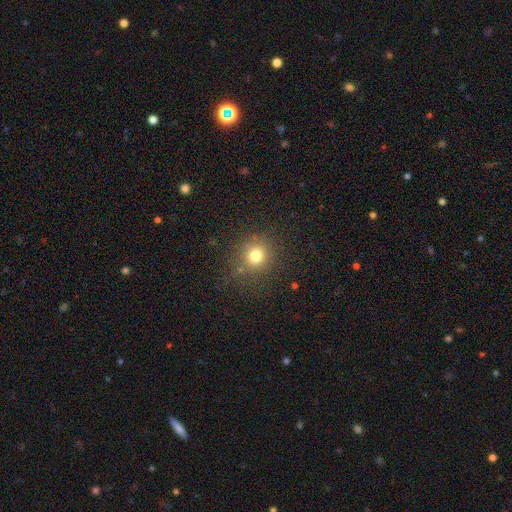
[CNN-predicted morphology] Q: Smooth or featured?
A: smooth (76%); runner-up: star or artifact (17%)
Q: How rounded?
A: round (87%); runner-up: in between (12%)
Q: Merging?
A: none (81%); runner-up: minor disturbance (12%)